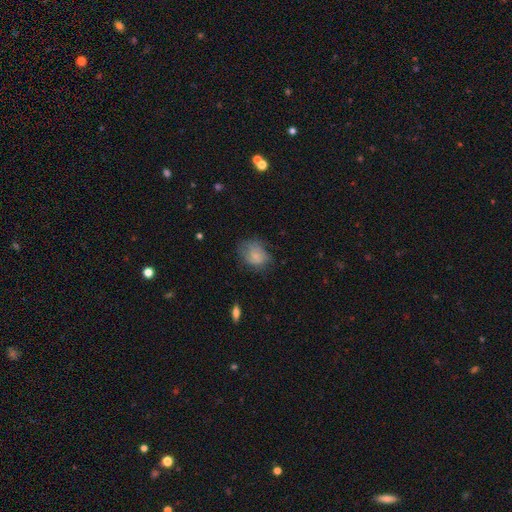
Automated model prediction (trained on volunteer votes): smooth-or-featured: smooth: 72% | featured or disk: 19% | star or artifact: 9%
  how-rounded: in between: 58% | round: 41% | cigar-shaped: 1%
  merging: none: 52% | minor disturbance: 30% | major disturbance: 17% | merger: 2%